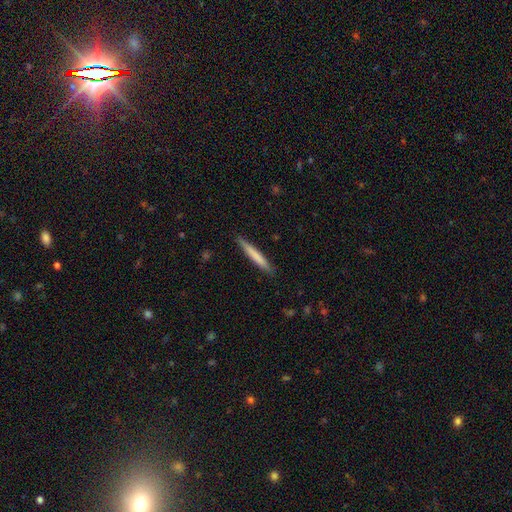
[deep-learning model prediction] smooth_or_featured: smooth (p=0.72) [alt: featured or disk p=0.23]
how_rounded: cigar-shaped (p=0.96) [alt: in between p=0.03]
merging: none (p=0.89) [alt: minor disturbance p=0.08]